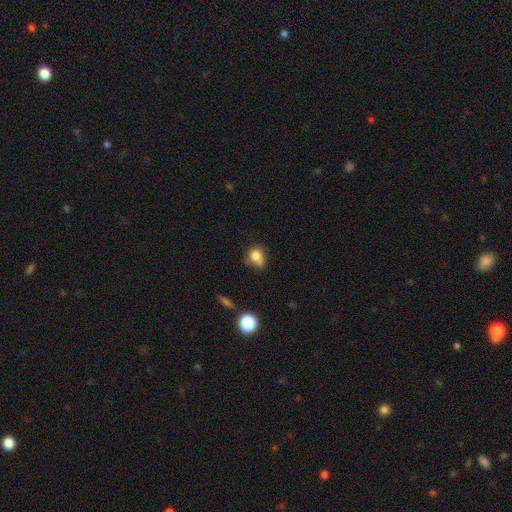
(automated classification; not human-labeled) Q: Smooth or featured?
A: smooth (78%); runner-up: star or artifact (11%)
Q: How rounded?
A: round (55%); runner-up: in between (43%)
Q: Merging?
A: none (41%); runner-up: minor disturbance (37%)